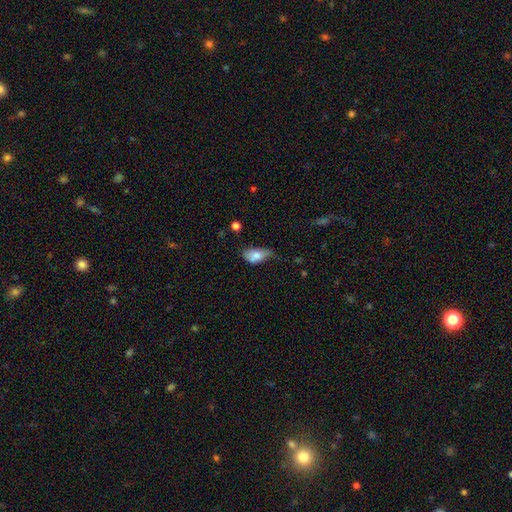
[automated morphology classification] smooth 75%, featured or disk 18%, star or artifact 8%. Down the decision tree: how rounded — in between (90%); merging — minor disturbance (45%).